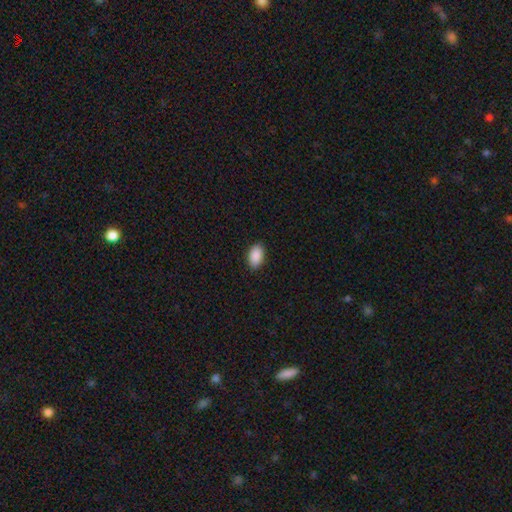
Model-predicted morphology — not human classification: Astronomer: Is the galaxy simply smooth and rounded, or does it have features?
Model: smooth — 91%.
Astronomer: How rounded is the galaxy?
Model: in between — 93%.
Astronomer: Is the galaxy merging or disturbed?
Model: none — 89%.